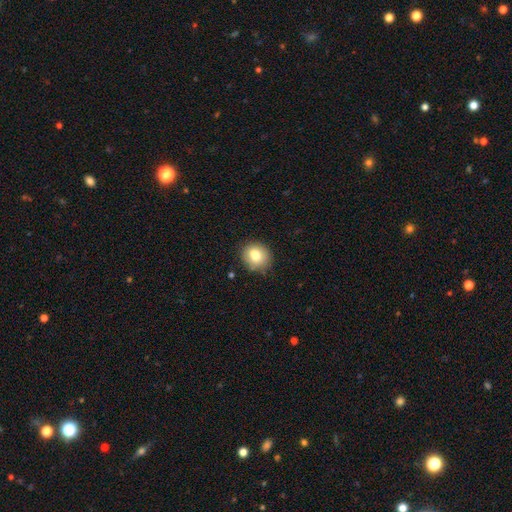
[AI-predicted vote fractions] smooth_or_featured: smooth (p=0.76) [alt: featured or disk p=0.14]
how_rounded: round (p=0.74) [alt: in between p=0.26]
merging: none (p=0.75) [alt: minor disturbance p=0.15]